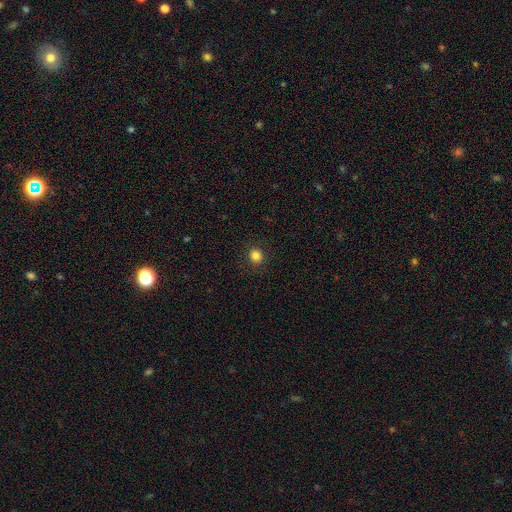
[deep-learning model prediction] smooth 84%, star or artifact 12%, featured or disk 4%. Down the decision tree: how rounded — round (89%); merging — none (90%).